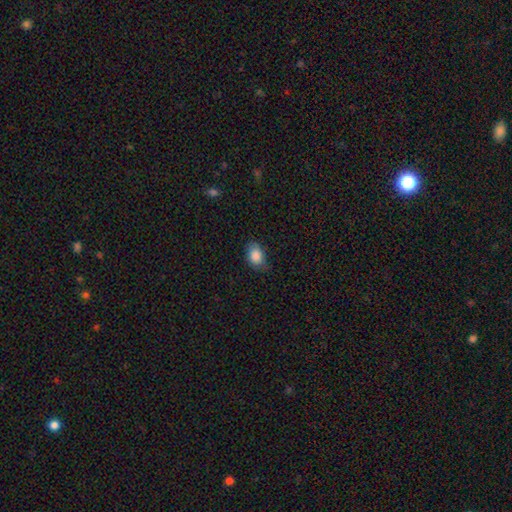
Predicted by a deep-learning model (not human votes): Smooth or featured: smooth — 87% (star or artifact — 8%)
How rounded: in between — 82% (round — 17%)
Merging: none — 68% (minor disturbance — 25%)